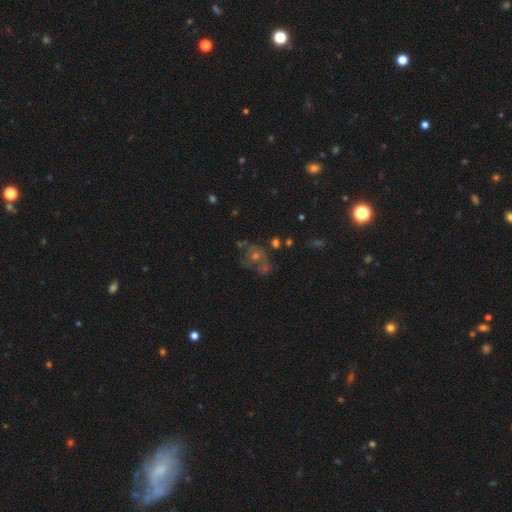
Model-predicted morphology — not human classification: Smooth or featured: featured or disk — 42% (star or artifact — 32%)
Merging: none — 47% (merger — 19%)